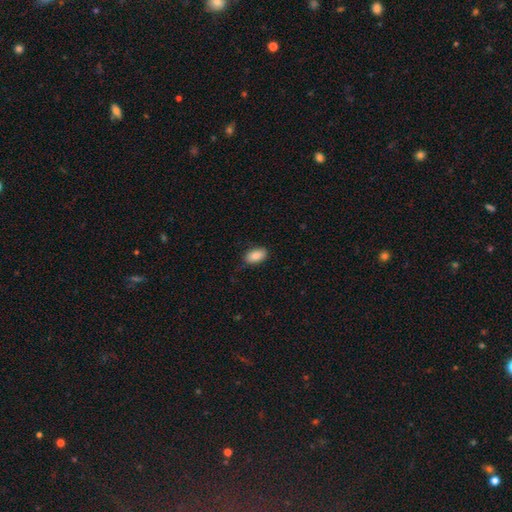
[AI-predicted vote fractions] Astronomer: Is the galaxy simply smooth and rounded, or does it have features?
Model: smooth — 86%.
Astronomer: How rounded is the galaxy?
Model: in between — 92%.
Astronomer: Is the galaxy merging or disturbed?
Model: none — 81%.